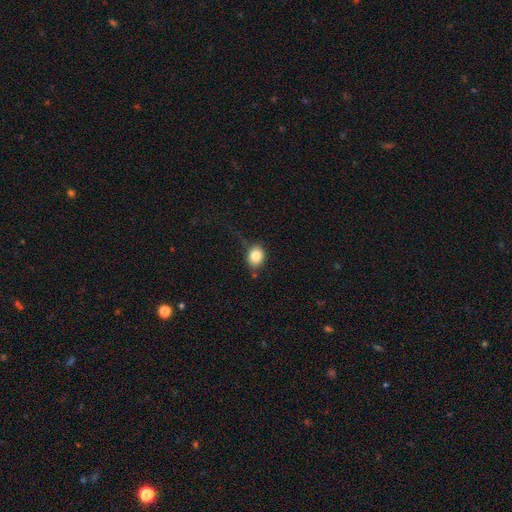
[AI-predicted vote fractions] Overall: smooth (83%). How rounded: in between (51%; round 48%). Merging: none (68%).